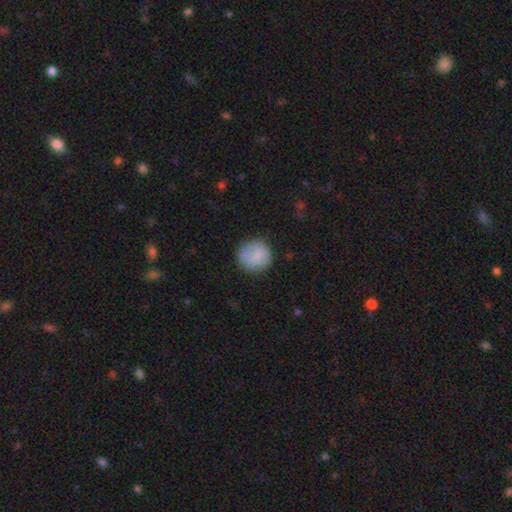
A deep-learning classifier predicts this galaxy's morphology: Q: Smooth or featured?
A: smooth (76%); runner-up: featured or disk (18%)
Q: How rounded?
A: round (91%); runner-up: in between (8%)
Q: Merging?
A: none (80%); runner-up: minor disturbance (14%)